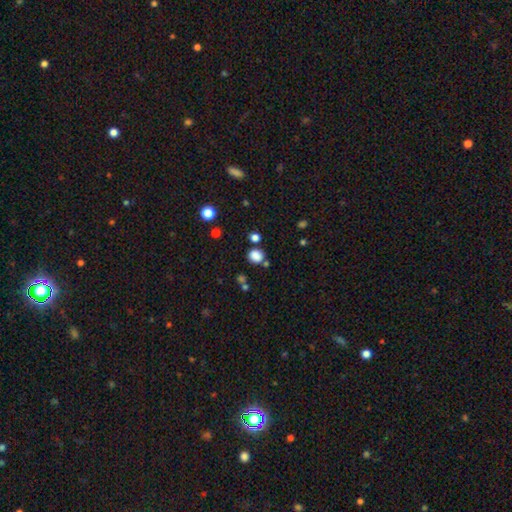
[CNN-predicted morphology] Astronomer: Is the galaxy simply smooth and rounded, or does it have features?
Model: smooth — 81%.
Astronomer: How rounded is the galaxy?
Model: round — 78%.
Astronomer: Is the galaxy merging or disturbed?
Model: none — 76%.